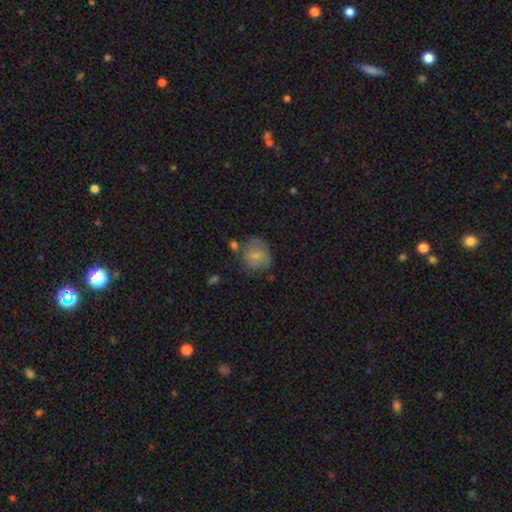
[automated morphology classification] Smooth or featured? Predicted: smooth (p=0.60). How rounded? Predicted: round (p=0.73). Merging? Predicted: none (p=0.51).